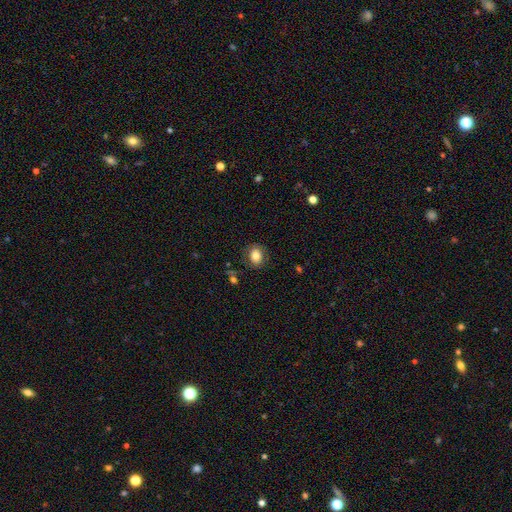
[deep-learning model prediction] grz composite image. It shows a smooth galaxy with no disk features (82%) that is in between round and cigar-shaped (55%). Merging: none (85%).